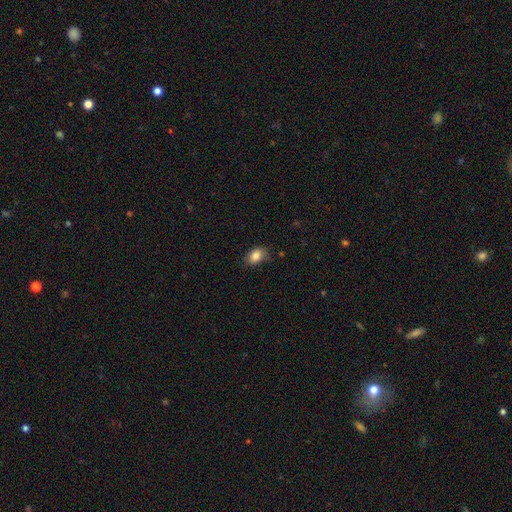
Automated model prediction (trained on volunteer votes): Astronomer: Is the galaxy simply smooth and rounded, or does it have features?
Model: smooth — 84%.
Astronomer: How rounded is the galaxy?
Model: in between — 79%.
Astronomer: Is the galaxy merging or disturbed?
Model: none — 72%.